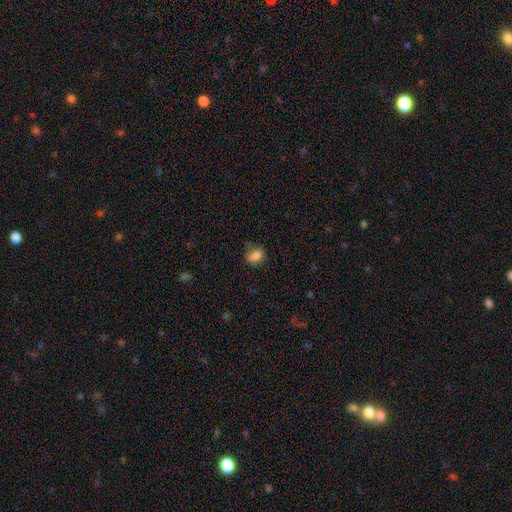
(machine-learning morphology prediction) Smooth or featured: smooth — 82% (star or artifact — 11%)
How rounded: in between — 51% (round — 48%)
Merging: none — 63% (minor disturbance — 26%)